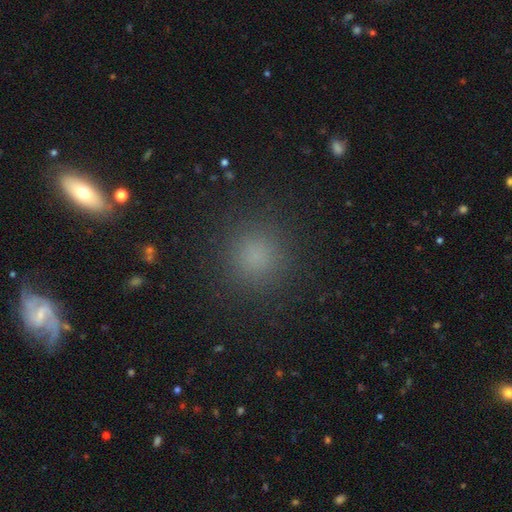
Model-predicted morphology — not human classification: smooth 78%, star or artifact 18%, featured or disk 5%. Down the decision tree: how rounded — round (94%); merging — none (90%).